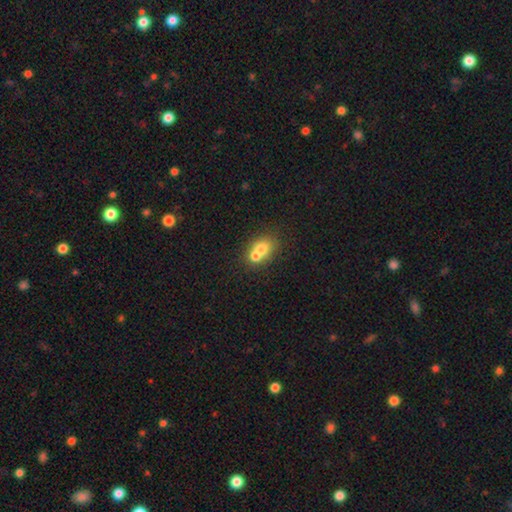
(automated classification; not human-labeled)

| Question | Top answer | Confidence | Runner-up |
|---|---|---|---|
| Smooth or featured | smooth | 68% | featured or disk (21%) |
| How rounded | round | 51% | in between (47%) |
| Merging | merger | 62% | none (28%) |